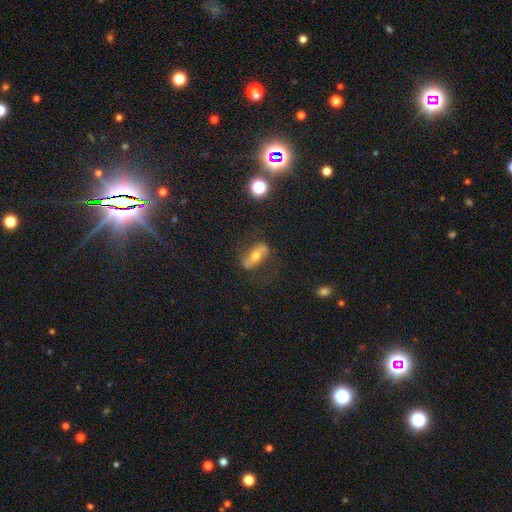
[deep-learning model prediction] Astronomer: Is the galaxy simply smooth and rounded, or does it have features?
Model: featured or disk — 51% (runner-up: smooth, 37%).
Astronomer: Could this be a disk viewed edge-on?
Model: no — 67%.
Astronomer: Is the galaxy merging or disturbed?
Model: none — 66%.